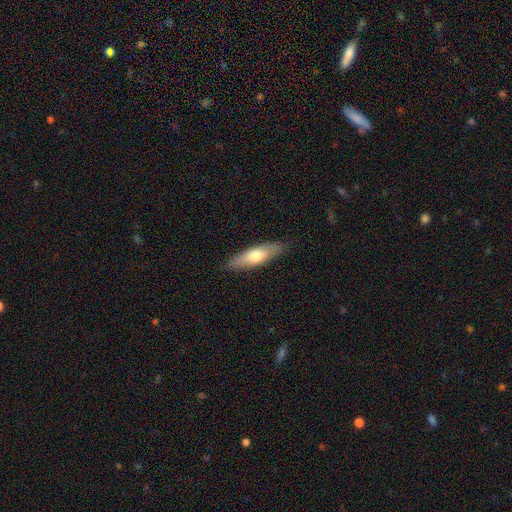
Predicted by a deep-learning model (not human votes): The model was most divided on "how rounded": cigar-shaped: 54%, in between: 44%, round: 2%. More confident: merging — none (84%); smooth or featured — smooth (64%).